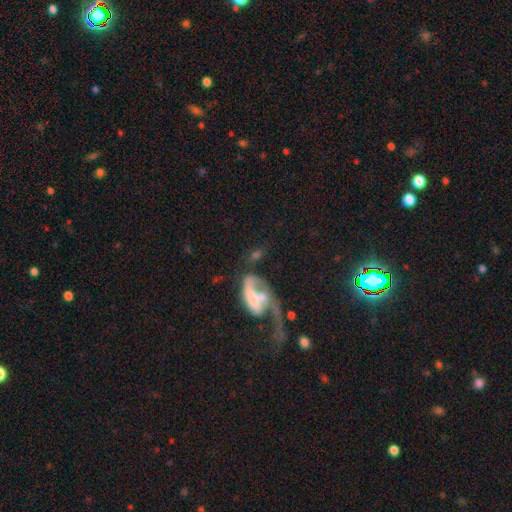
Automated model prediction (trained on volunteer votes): smooth_or_featured: featured or disk (p=0.62) [alt: smooth p=0.25]
disk_edge_on: no (p=0.94) [alt: yes p=0.06]
bar: no (p=0.59) [alt: weak p=0.28]
has_spiral_arms: yes (p=0.67) [alt: no p=0.33]
bulge_size: none (p=0.34) [alt: small p=0.28]
merging: major disturbance (p=0.44) [alt: merger p=0.24]